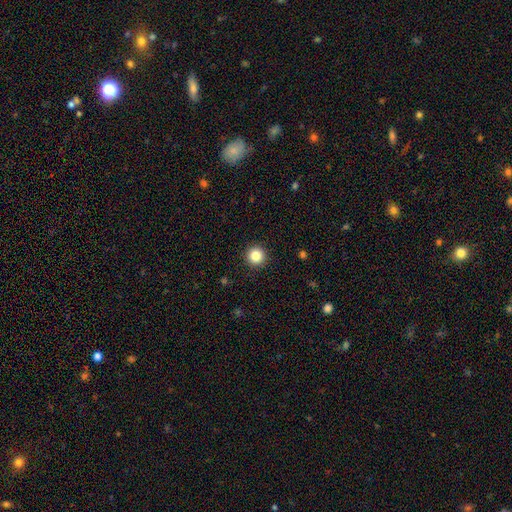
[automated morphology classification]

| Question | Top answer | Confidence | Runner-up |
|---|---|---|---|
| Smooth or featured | smooth | 84% | star or artifact (11%) |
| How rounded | round | 96% | in between (3%) |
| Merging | none | 93% | minor disturbance (4%) |